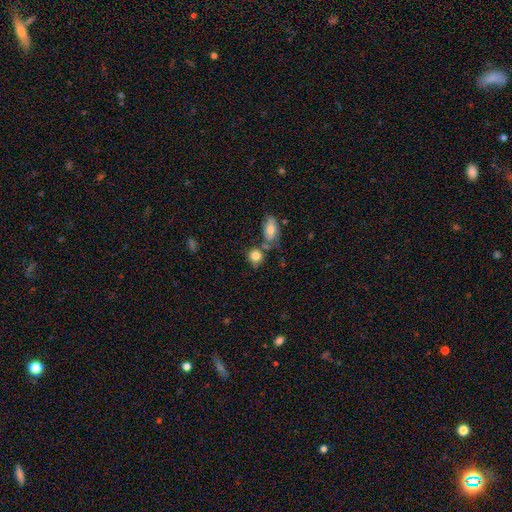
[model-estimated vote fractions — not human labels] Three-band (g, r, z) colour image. It shows a smooth galaxy with no disk features (82%) that is round (74%). Merging: none (59%).